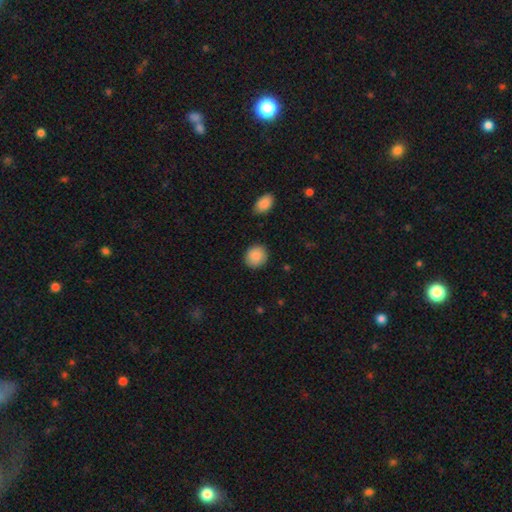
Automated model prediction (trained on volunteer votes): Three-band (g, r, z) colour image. It shows a smooth galaxy with no disk features (88%) that is round (75%). Merging: none (87%).